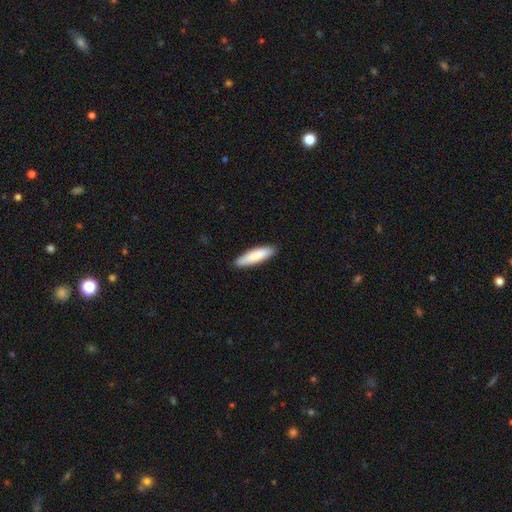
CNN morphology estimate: Q: Smooth or featured?
A: smooth (85%); runner-up: featured or disk (10%)
Q: How rounded?
A: cigar-shaped (74%); runner-up: in between (25%)
Q: Merging?
A: none (89%); runner-up: minor disturbance (9%)